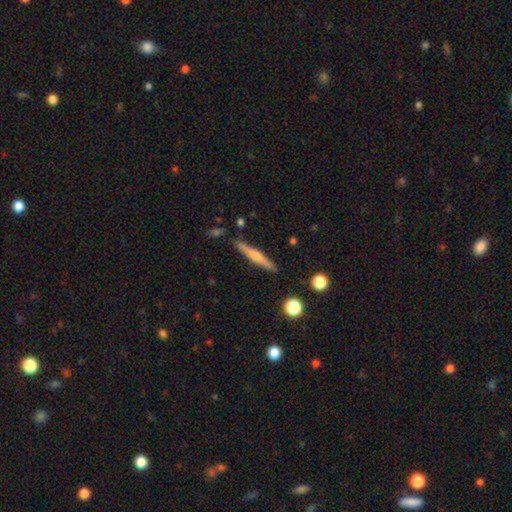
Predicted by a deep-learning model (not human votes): A smooth galaxy with no disk features (49%).

Vote fractions:
- Smooth or featured? smooth: 49% / featured or disk: 45% / star or artifact: 6%
- Merging? none: 85% / minor disturbance: 10% / merger: 3% / major disturbance: 2%